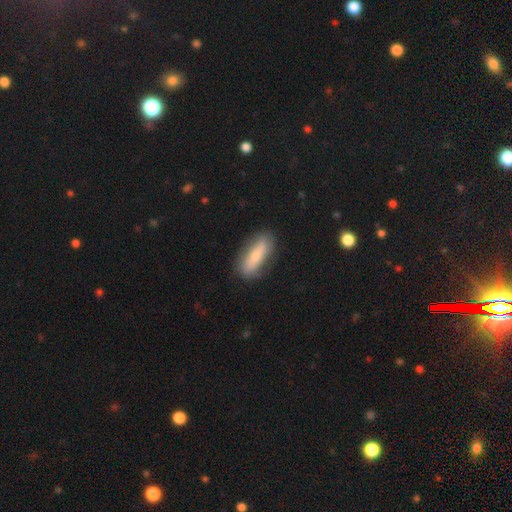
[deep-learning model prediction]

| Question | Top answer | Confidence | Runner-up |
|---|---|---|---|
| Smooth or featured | smooth | 61% | featured or disk (33%) |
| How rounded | in between | 59% | cigar-shaped (38%) |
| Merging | none | 82% | minor disturbance (13%) |